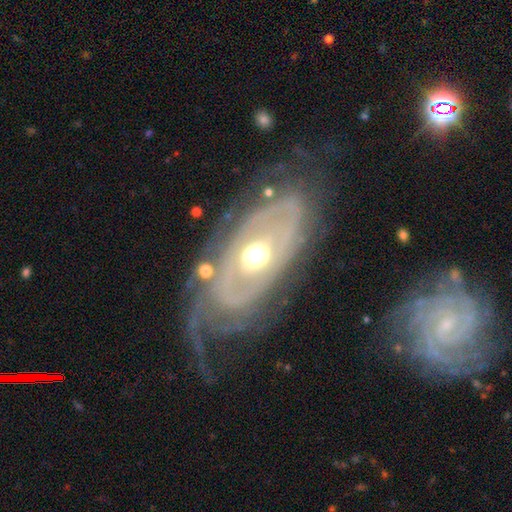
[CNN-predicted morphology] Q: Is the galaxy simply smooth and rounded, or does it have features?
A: featured or disk — 80%.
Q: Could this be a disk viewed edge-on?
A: no — 91%.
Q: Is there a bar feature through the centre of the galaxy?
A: no — 76%.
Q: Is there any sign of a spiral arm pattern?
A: yes — 59%.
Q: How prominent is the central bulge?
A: moderate — 69%.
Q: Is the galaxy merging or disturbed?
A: none — 67%.